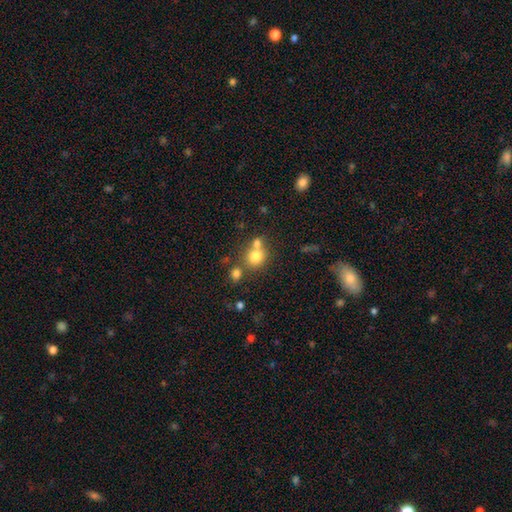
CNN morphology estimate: This appears to be a smooth galaxy with no disk features (75%) that is round (82%). Merging: none (50%).